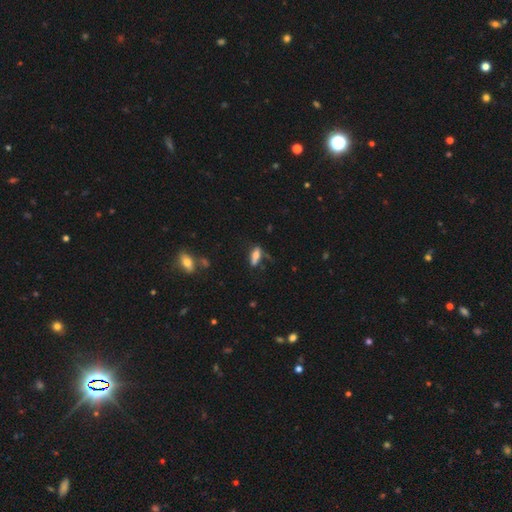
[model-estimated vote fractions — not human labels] Overall: smooth (70%). How rounded: in between (62%; cigar-shaped 35%). Merging: none (56%; minor disturbance 25%).